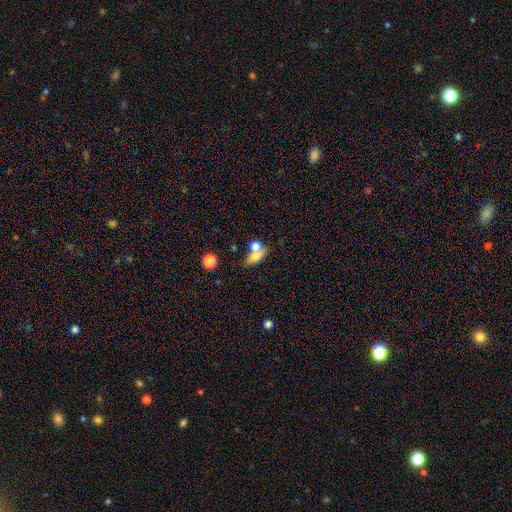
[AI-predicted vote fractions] Smooth or featured?
  - smooth: 69% *
  - featured or disk: 21%
  - star or artifact: 10%
How rounded?
  - in between: 70% *
  - round: 21%
  - cigar-shaped: 9%
Merging?
  - merger: 51% *
  - none: 30%
  - minor disturbance: 11%
  - major disturbance: 8%